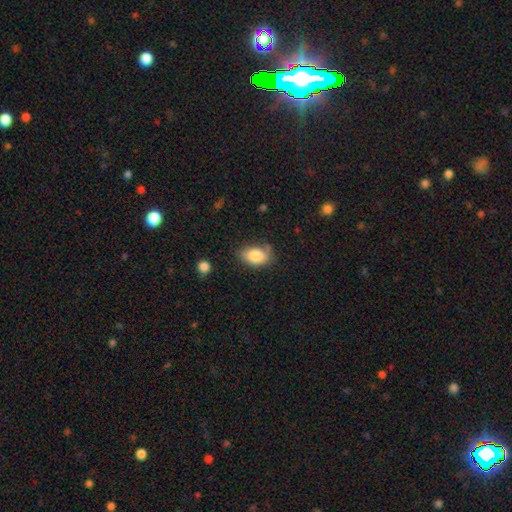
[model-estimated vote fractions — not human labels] Smooth or featured: smooth — 83% (featured or disk — 9%)
How rounded: in between — 88% (round — 10%)
Merging: none — 64% (minor disturbance — 26%)